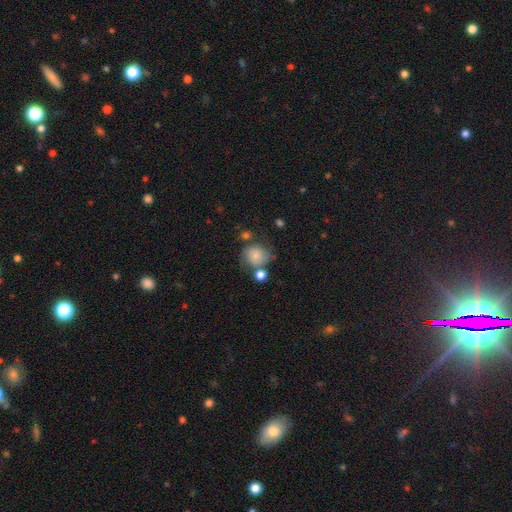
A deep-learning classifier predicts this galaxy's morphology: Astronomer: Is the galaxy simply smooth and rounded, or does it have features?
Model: smooth — 66%.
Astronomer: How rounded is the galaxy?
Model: round — 75%.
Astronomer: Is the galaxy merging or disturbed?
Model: none — 50%.